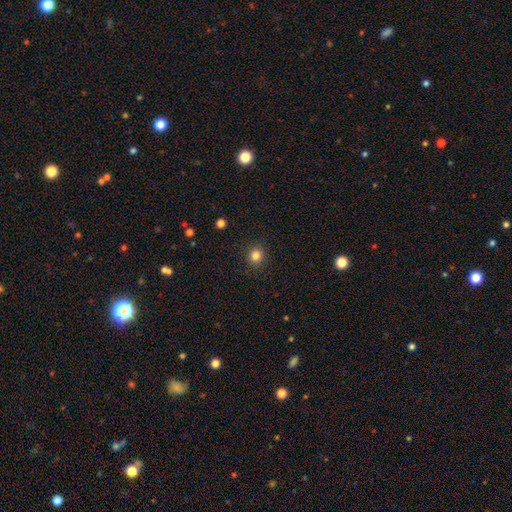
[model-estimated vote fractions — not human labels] A smooth galaxy with no disk features (83%) that is round (87%). Merging: none (91%).